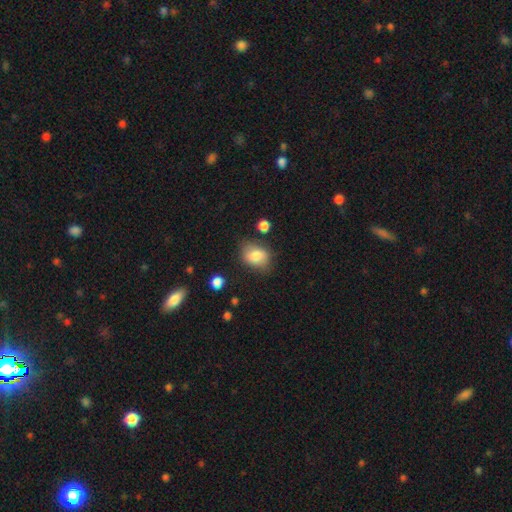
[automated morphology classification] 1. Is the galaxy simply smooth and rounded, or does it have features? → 82% smooth, 10% featured or disk, 8% star or artifact.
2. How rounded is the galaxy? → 70% in between, 28% round, 1% cigar-shaped.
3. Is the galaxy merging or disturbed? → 66% none, 23% minor disturbance, 7% major disturbance, 4% merger.